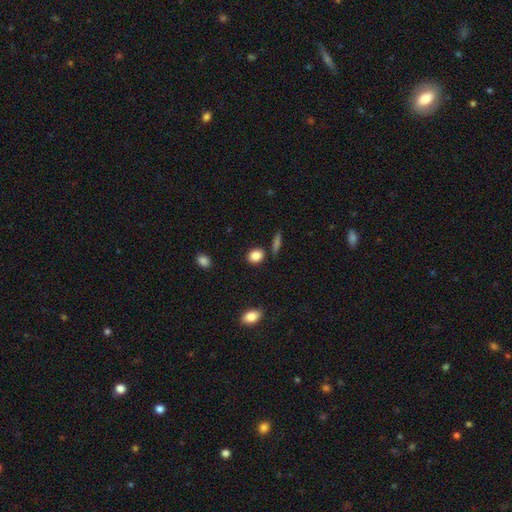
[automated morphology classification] type=smooth (86%); roundness=round (56%); merging=none (83%).